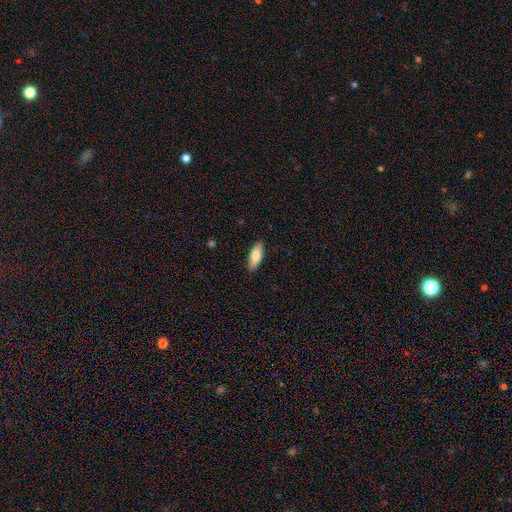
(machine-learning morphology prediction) smooth 83%, featured or disk 11%, star or artifact 6%. Down the decision tree: how rounded — in between (74%); merging — none (87%).